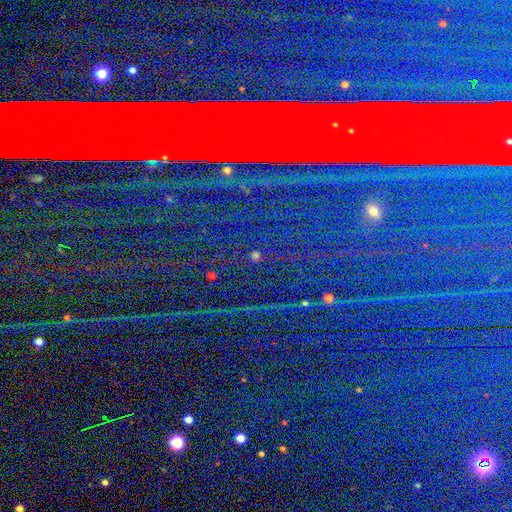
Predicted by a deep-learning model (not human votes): Smooth or featured?
  - star or artifact: 88% *
  - featured or disk: 6%
  - smooth: 6%